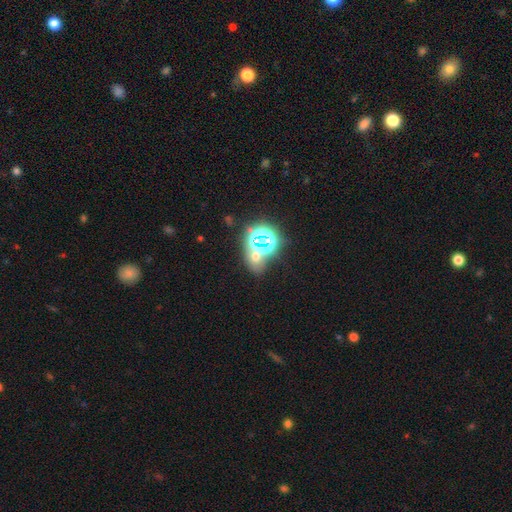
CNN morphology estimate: Q: Smooth or featured?
A: star or artifact (54%); runner-up: smooth (34%)